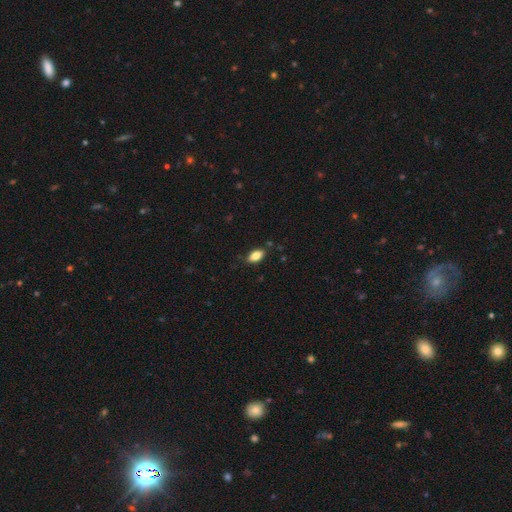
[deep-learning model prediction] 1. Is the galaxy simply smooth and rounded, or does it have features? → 83% smooth, 8% star or artifact, 8% featured or disk.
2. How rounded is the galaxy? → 90% in between, 5% cigar-shaped, 5% round.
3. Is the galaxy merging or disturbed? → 83% none, 13% minor disturbance, 2% major disturbance, 2% merger.